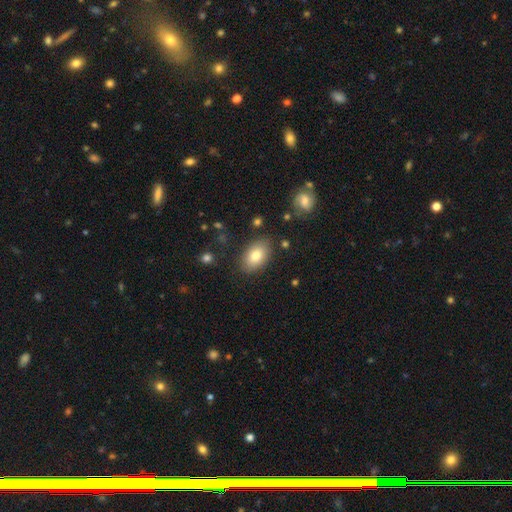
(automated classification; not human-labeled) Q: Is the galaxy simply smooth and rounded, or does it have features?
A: smooth — 80%.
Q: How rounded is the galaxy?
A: in between — 89%.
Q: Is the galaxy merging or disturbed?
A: none — 83%.